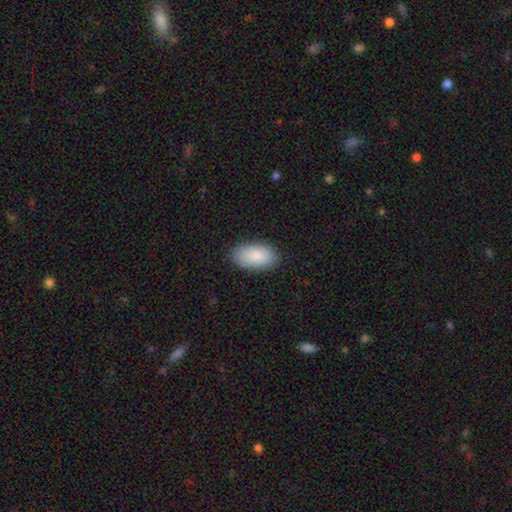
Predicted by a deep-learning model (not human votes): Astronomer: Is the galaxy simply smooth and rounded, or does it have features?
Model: smooth — 86%.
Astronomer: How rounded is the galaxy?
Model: in between — 95%.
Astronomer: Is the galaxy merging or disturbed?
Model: none — 87%.